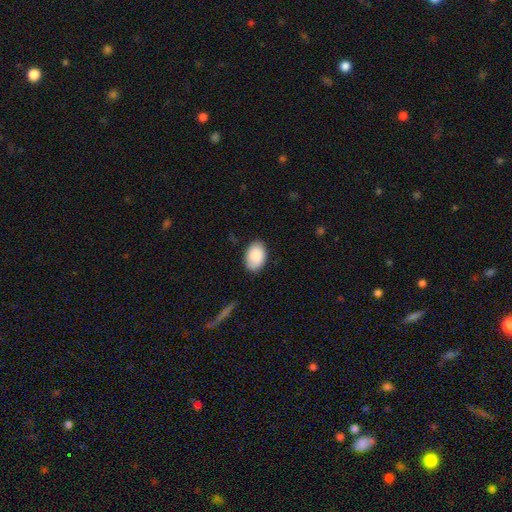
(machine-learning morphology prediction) This appears to be a smooth galaxy with no disk features (88%) that is in between round and cigar-shaped (88%). Merging: none (83%).